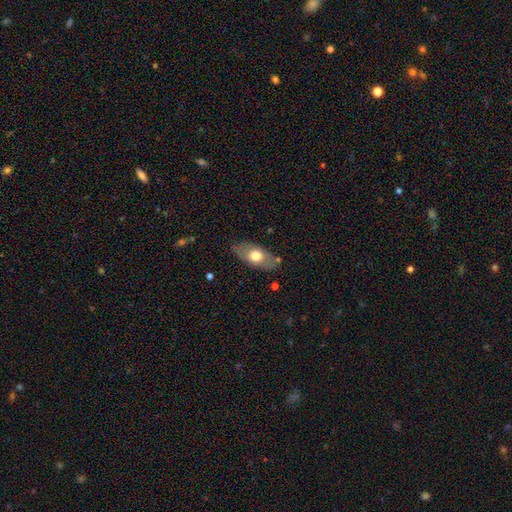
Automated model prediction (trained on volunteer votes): This appears to be a smooth galaxy with no disk features (60%) that is in between round and cigar-shaped (88%). Merging: none (78%).